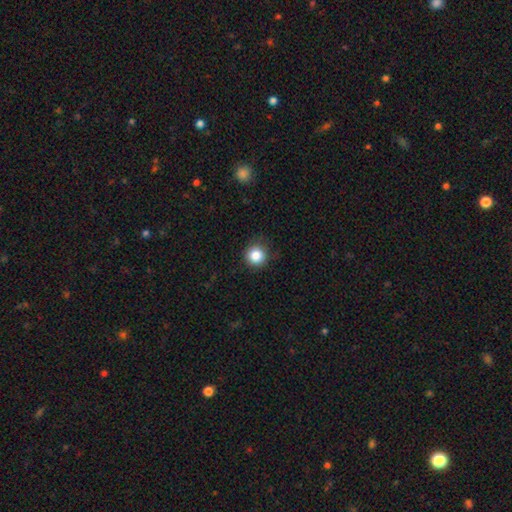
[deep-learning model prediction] smooth_or_featured: smooth (p=0.85) [alt: star or artifact p=0.11]
how_rounded: round (p=0.95) [alt: in between p=0.04]
merging: none (p=0.88) [alt: minor disturbance p=0.09]